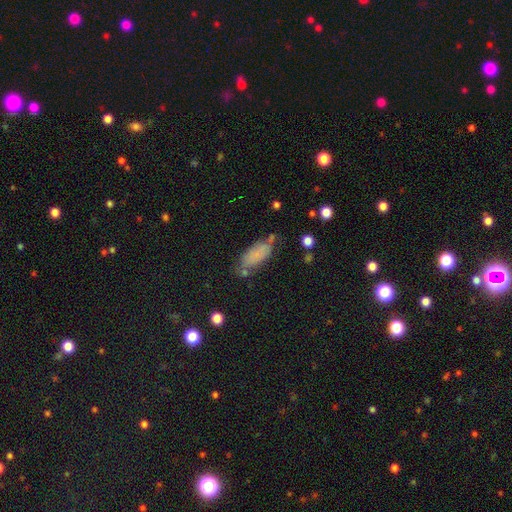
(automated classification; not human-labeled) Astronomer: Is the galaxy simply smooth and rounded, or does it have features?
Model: smooth — 78%.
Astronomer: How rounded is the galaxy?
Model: in between — 82%.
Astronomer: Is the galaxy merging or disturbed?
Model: none — 59%.